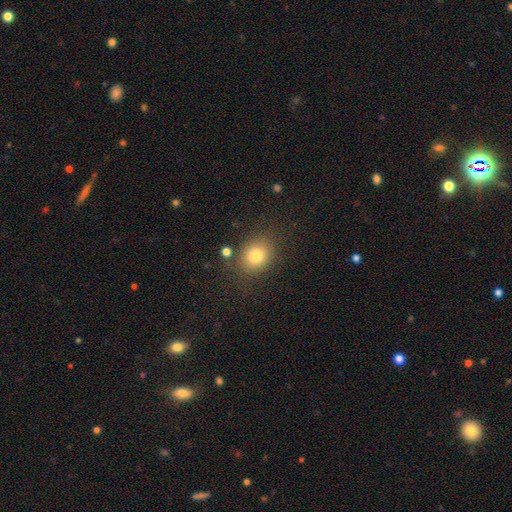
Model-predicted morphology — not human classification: This is likely a smooth galaxy (79%). How rounded: likely round (62%). Merging: likely none (80%).